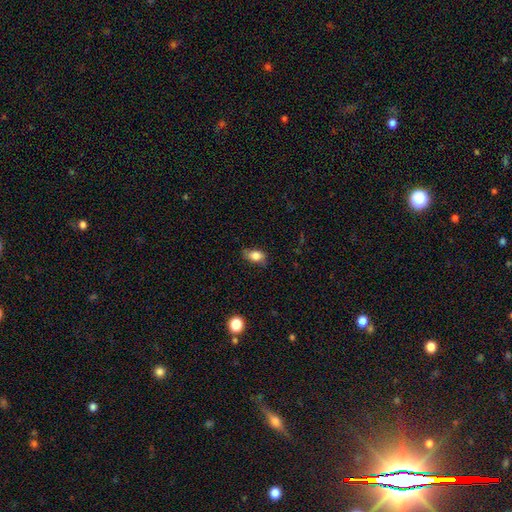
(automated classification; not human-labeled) smooth-or-featured: smooth: 82% | featured or disk: 10% | star or artifact: 9%
  how-rounded: in between: 83% | round: 13% | cigar-shaped: 4%
  merging: none: 67% | minor disturbance: 26% | major disturbance: 5% | merger: 2%